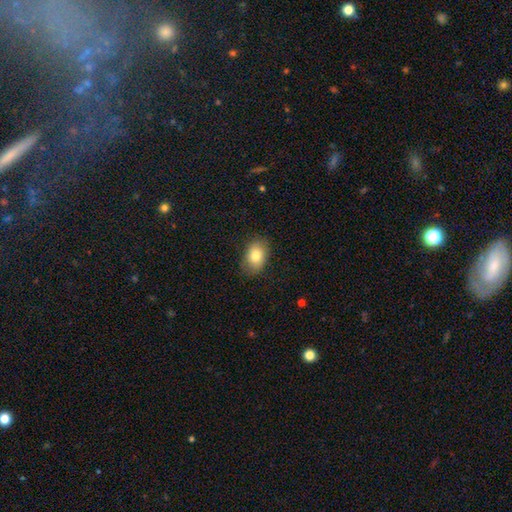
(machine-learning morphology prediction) Q: Smooth or featured?
A: smooth (81%); runner-up: featured or disk (11%)
Q: How rounded?
A: in between (80%); runner-up: round (19%)
Q: Merging?
A: none (82%); runner-up: minor disturbance (14%)